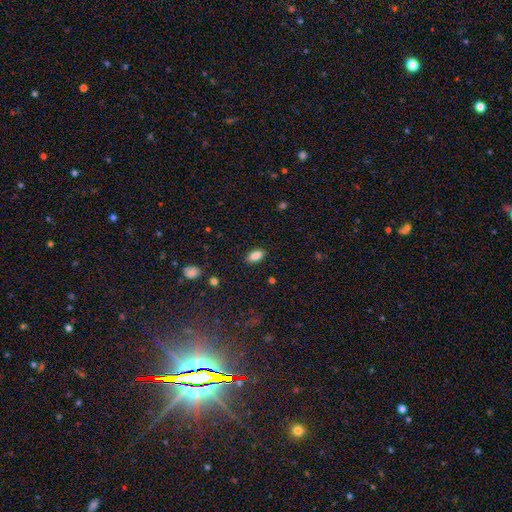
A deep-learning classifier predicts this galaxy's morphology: smooth-or-featured: smooth: 87% | star or artifact: 8% | featured or disk: 5%
  how-rounded: in between: 91% | round: 5% | cigar-shaped: 4%
  merging: none: 87% | minor disturbance: 9% | major disturbance: 2% | merger: 1%